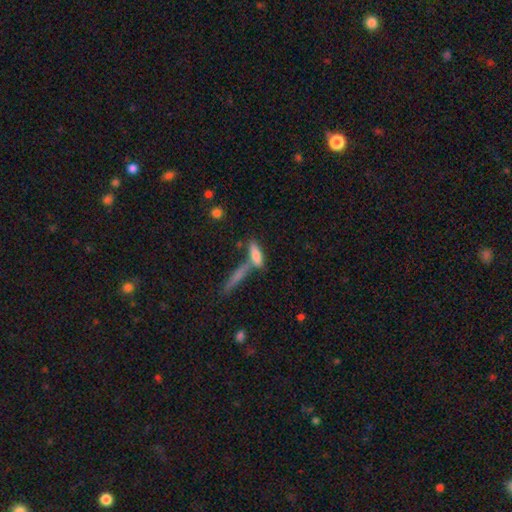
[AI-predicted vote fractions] Smooth or featured: smooth — 71% (featured or disk — 20%)
How rounded: cigar-shaped — 57% (in between — 40%)
Merging: none — 46% (merger — 37%)